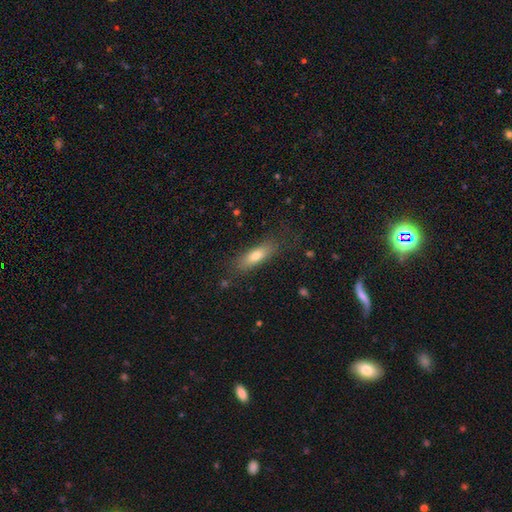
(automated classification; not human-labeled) smooth-or-featured: smooth: 72% | featured or disk: 20% | star or artifact: 8%
  how-rounded: in between: 50% | cigar-shaped: 47% | round: 3%
  merging: none: 76% | minor disturbance: 16% | major disturbance: 6% | merger: 2%